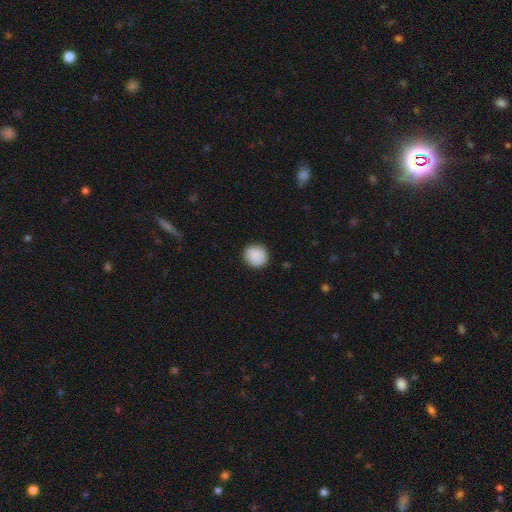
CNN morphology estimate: A smooth galaxy with no disk features (89%) that is round (91%). Merging: none (90%).